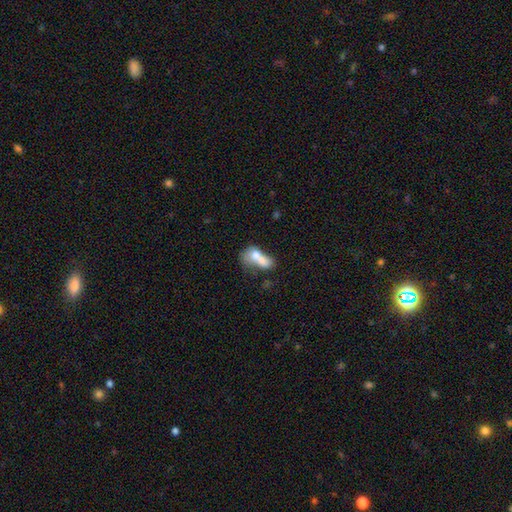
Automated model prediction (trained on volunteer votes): This appears to be a smooth galaxy with no disk features (64%) that is in between round and cigar-shaped (73%). Merging: merger (68%).